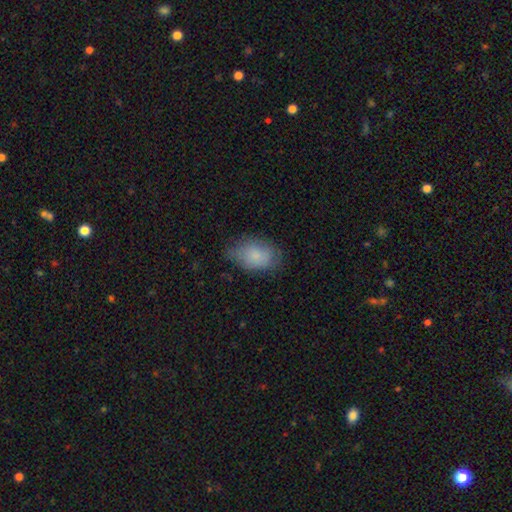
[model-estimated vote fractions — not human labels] A smooth galaxy with no disk features (82%) that is in between round and cigar-shaped (85%).

Vote fractions:
- Smooth or featured? smooth: 82% / featured or disk: 12% / star or artifact: 7%
- How rounded? in between: 85% / round: 13% / cigar-shaped: 1%
- Merging? none: 64% / minor disturbance: 27% / major disturbance: 8% / merger: 1%